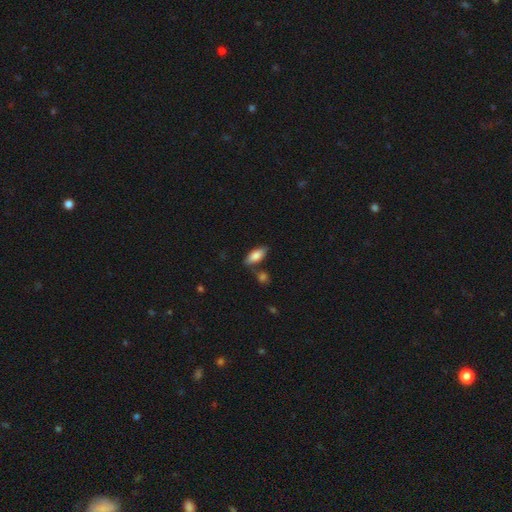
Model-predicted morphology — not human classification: Smooth or featured: smooth — 80% (featured or disk — 14%)
How rounded: in between — 81% (cigar-shaped — 17%)
Merging: none — 75% (minor disturbance — 14%)